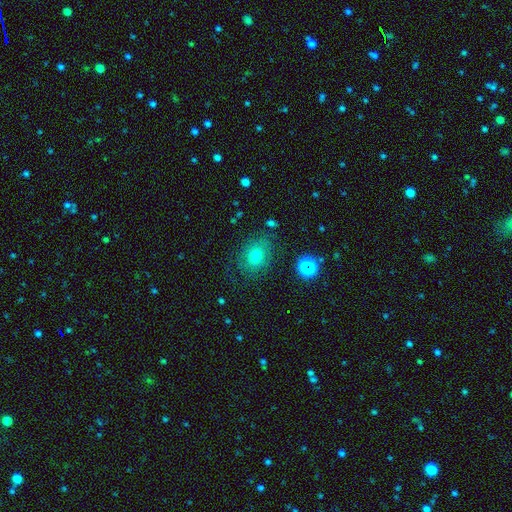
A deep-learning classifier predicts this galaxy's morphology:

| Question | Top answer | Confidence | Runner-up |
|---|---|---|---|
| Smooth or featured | smooth | 58% | featured or disk (26%) |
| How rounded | round | 51% | in between (48%) |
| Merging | none | 69% | minor disturbance (18%) |